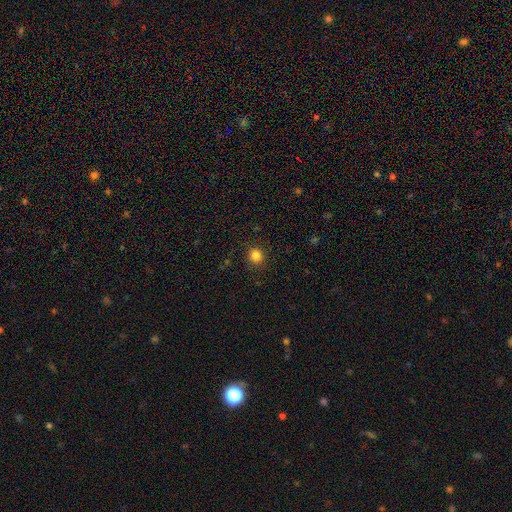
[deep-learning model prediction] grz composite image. It shows a smooth galaxy with no disk features (84%) that is round (92%). Merging: none (90%).